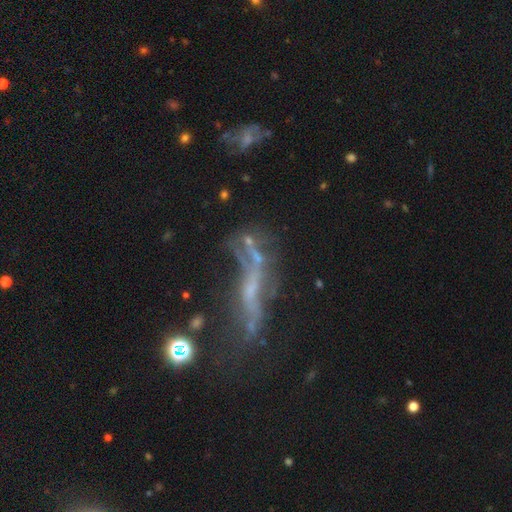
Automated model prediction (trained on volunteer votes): This appears to be a featured or disk galaxy (57%). Merging: major disturbance (32%).